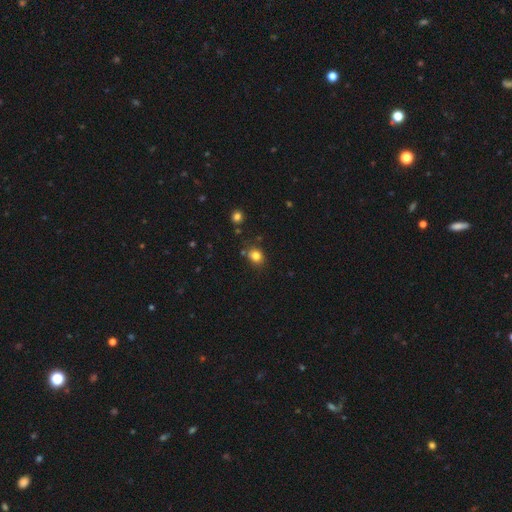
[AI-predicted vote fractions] smooth-or-featured: smooth: 82% | star or artifact: 13% | featured or disk: 6%
  how-rounded: round: 63% | in between: 36% | cigar-shaped: 1%
  merging: none: 77% | minor disturbance: 14% | merger: 6% | major disturbance: 4%